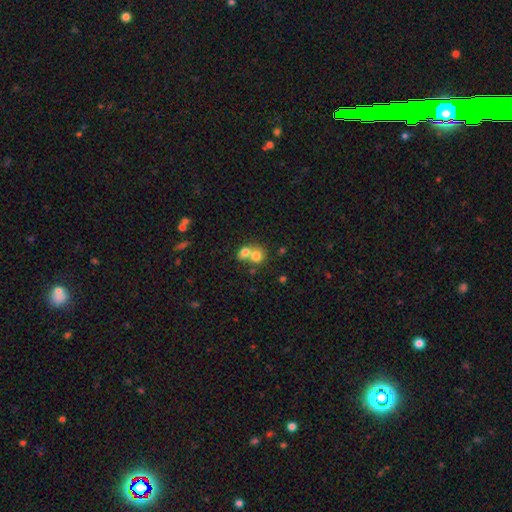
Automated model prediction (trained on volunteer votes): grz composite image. It shows a smooth galaxy with no disk features (75%) that is round (73%). Merging: merger (64%).